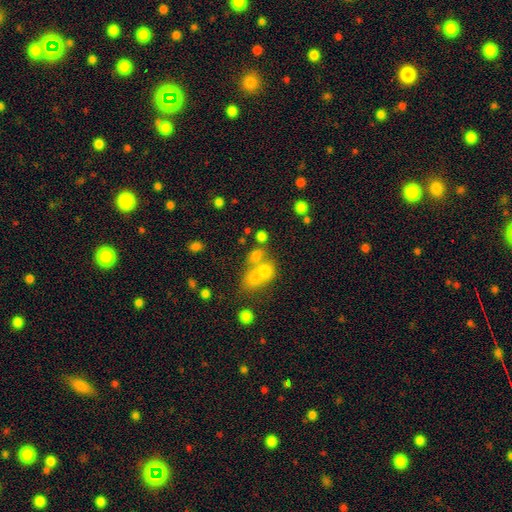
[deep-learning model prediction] Smooth or featured: smooth — 66% (star or artifact — 18%)
How rounded: round — 57% (in between — 41%)
Merging: merger — 50% (none — 36%)